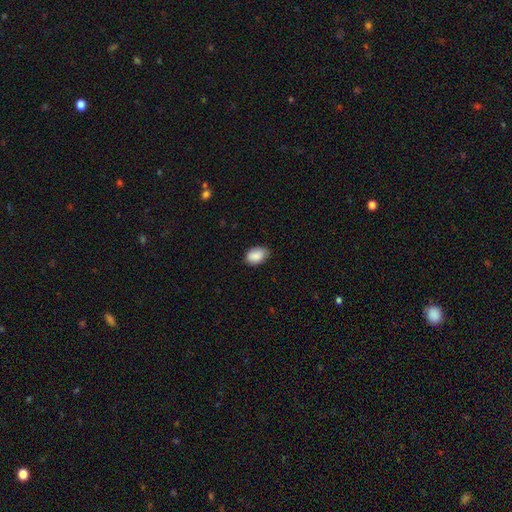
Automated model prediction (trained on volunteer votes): Q: Smooth or featured?
A: smooth (89%); runner-up: star or artifact (7%)
Q: How rounded?
A: in between (86%); runner-up: round (13%)
Q: Merging?
A: none (76%); runner-up: minor disturbance (21%)